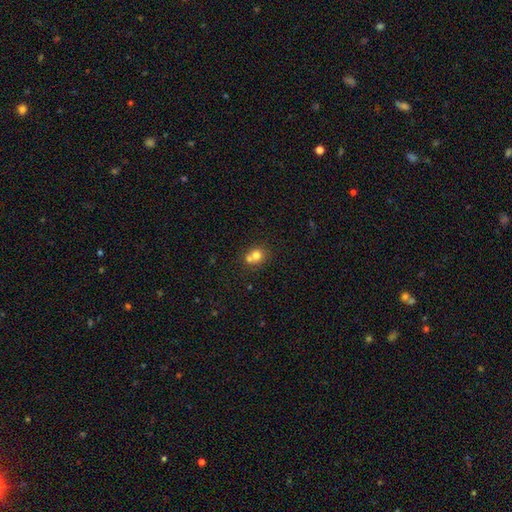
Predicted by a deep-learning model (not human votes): Q: Smooth or featured?
A: smooth (74%); runner-up: featured or disk (14%)
Q: How rounded?
A: round (76%); runner-up: in between (23%)
Q: Merging?
A: merger (48%); runner-up: none (42%)